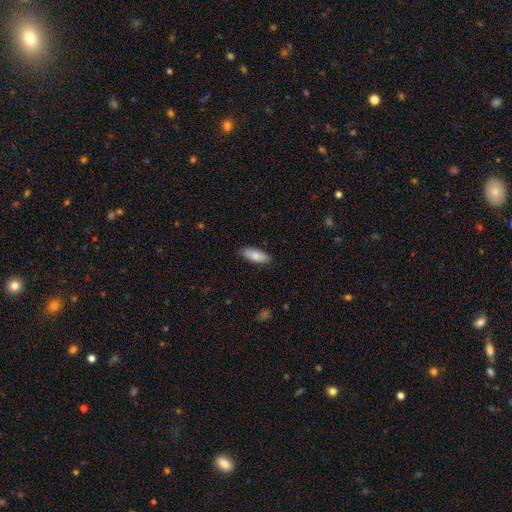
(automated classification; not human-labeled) A smooth galaxy with no disk features (82%) that is in between round and cigar-shaped (75%). Merging: none (85%).